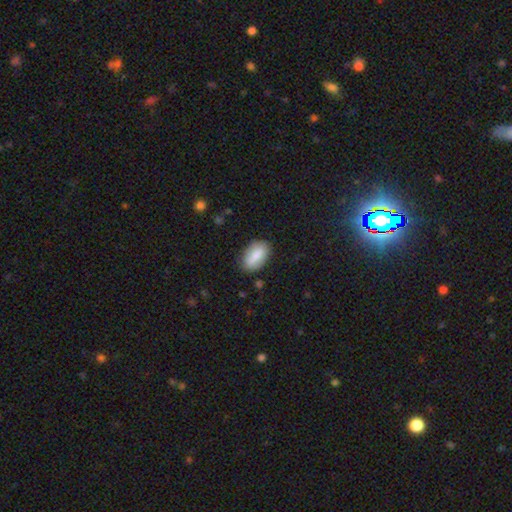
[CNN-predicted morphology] type=smooth (81%); roundness=in between (92%); merging=none (81%).